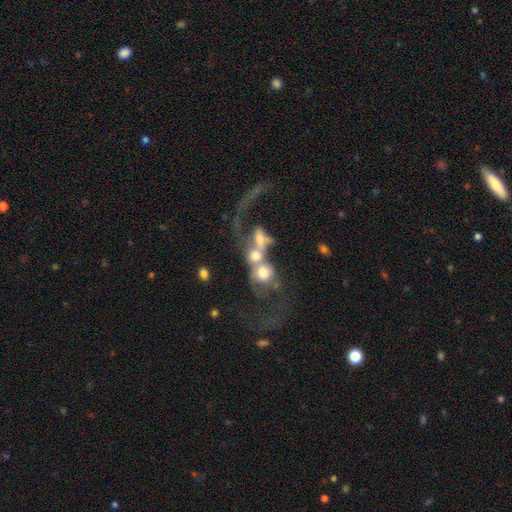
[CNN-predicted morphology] smooth_or_featured: smooth (p=0.45) [alt: featured or disk p=0.41]
merging: merger (p=0.73) [alt: major disturbance p=0.14]